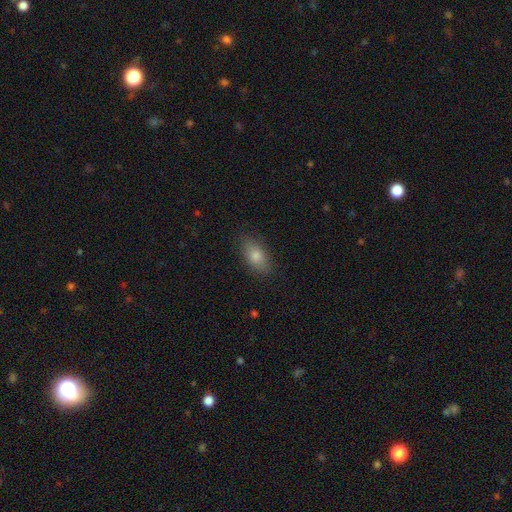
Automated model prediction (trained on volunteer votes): This is likely a smooth galaxy (78%). How rounded: clearly in between (86%). Merging: clearly none (85%).